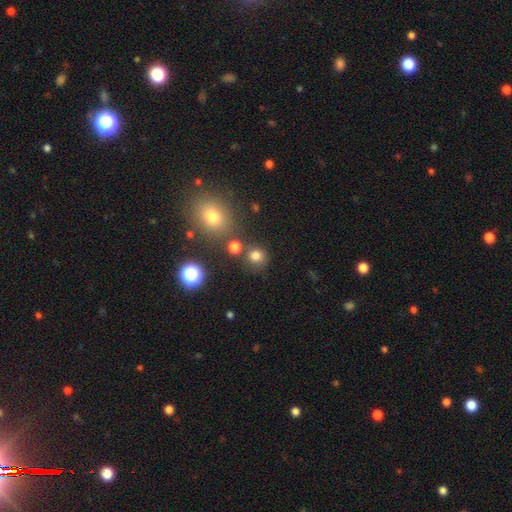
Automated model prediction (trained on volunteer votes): Q: Smooth or featured?
A: smooth (75%); runner-up: star or artifact (19%)
Q: How rounded?
A: round (89%); runner-up: in between (10%)
Q: Merging?
A: none (77%); runner-up: minor disturbance (10%)